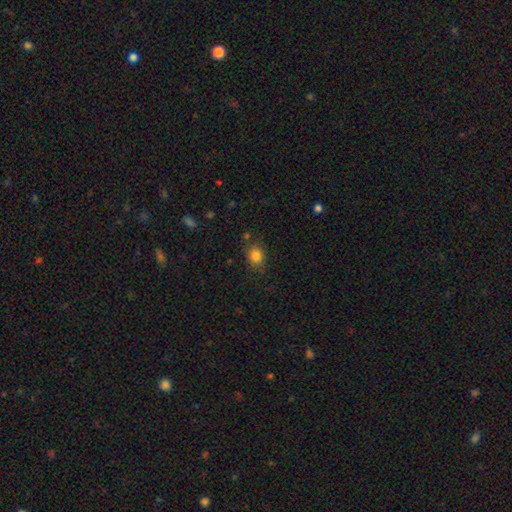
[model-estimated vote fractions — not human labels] This appears to be a smooth galaxy with no disk features (83%) that is in between round and cigar-shaped (51%). Merging: none (78%).